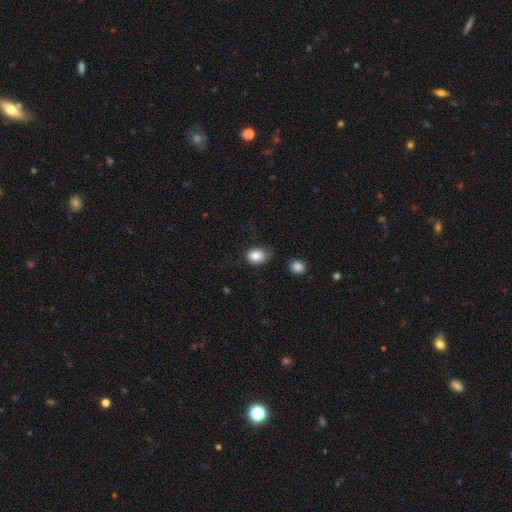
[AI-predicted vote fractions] Smooth or featured?
  - smooth: 86% *
  - star or artifact: 9%
  - featured or disk: 5%
How rounded?
  - in between: 66% *
  - round: 32%
  - cigar-shaped: 1%
Merging?
  - none: 63% *
  - minor disturbance: 28%
  - major disturbance: 6%
  - merger: 3%